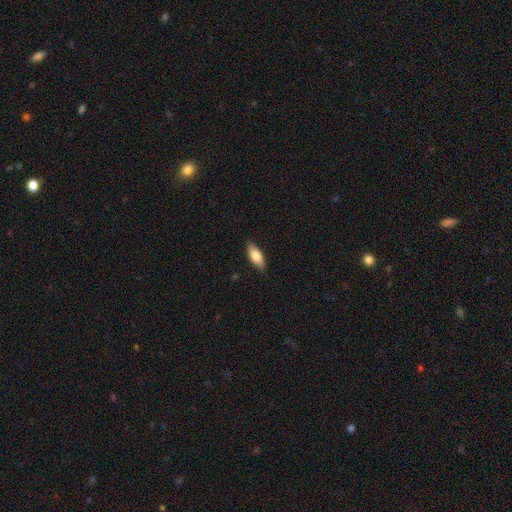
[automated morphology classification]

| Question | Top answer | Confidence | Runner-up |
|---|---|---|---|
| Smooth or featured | smooth | 79% | featured or disk (15%) |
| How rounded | in between | 76% | cigar-shaped (22%) |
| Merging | none | 88% | minor disturbance (9%) |